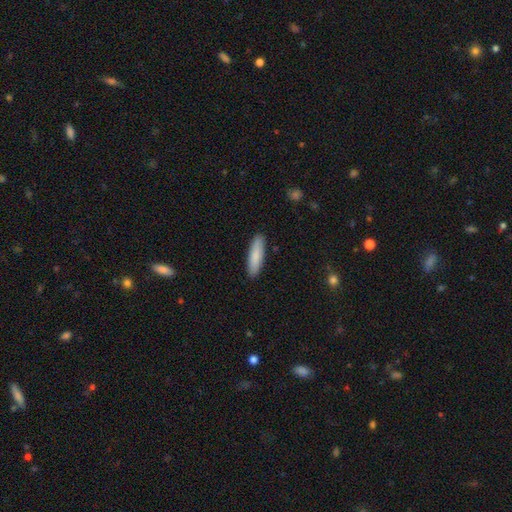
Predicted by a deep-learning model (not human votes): smooth_or_featured: smooth (p=0.85) [alt: featured or disk p=0.09]
how_rounded: cigar-shaped (p=0.67) [alt: in between p=0.32]
merging: none (p=0.90) [alt: minor disturbance p=0.08]